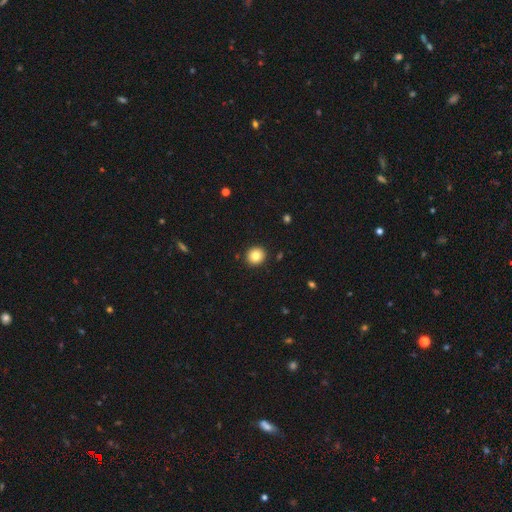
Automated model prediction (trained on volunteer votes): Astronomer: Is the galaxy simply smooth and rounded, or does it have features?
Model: smooth — 81%.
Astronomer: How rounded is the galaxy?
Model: round — 89%.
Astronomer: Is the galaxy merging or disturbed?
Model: none — 92%.